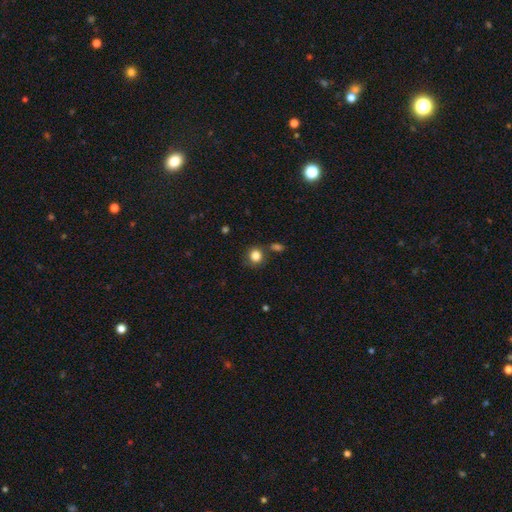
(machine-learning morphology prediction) Smooth or featured: smooth — 84% (star or artifact — 11%)
How rounded: round — 82% (in between — 17%)
Merging: none — 76% (minor disturbance — 12%)